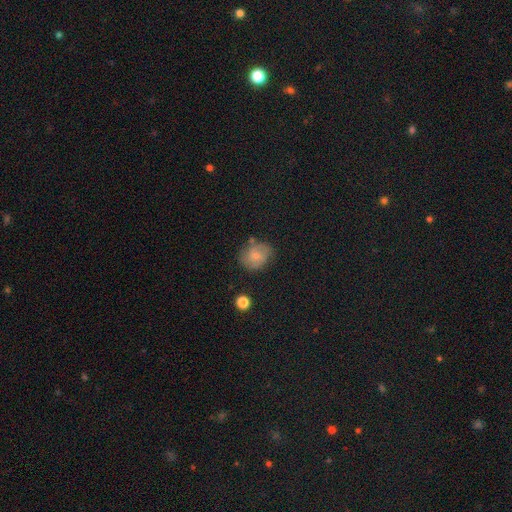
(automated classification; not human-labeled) The model was most divided on "how rounded": round: 58%, in between: 41%, cigar-shaped: 1%. More confident: merging — none (67%); smooth or featured — smooth (60%).